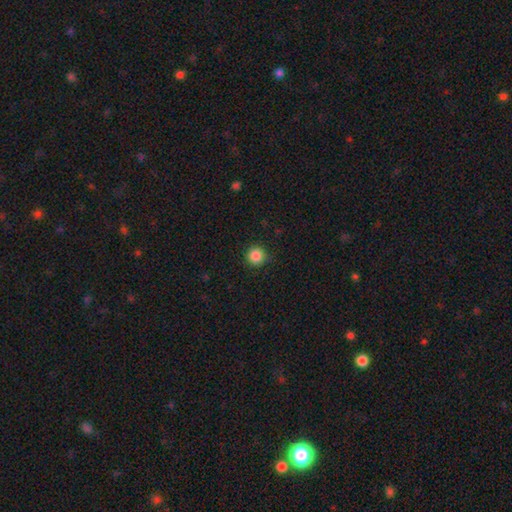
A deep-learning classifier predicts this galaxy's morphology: Smooth or featured? Predicted: smooth (p=0.87). How rounded? Predicted: round (p=0.95). Merging? Predicted: none (p=0.90).